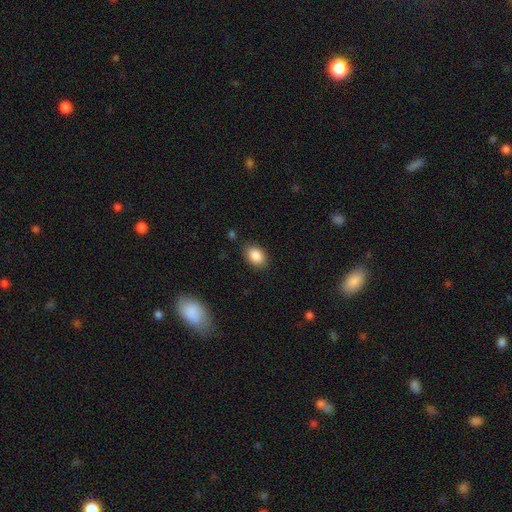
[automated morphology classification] smooth-or-featured: smooth: 87% | star or artifact: 8% | featured or disk: 5%
  how-rounded: in between: 78% | round: 21% | cigar-shaped: 1%
  merging: none: 84% | minor disturbance: 11% | major disturbance: 3% | merger: 2%